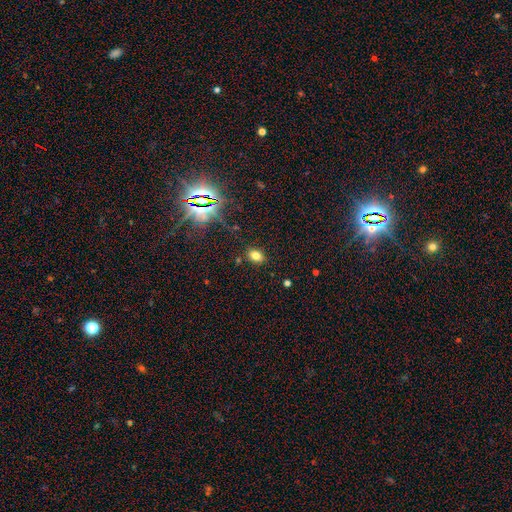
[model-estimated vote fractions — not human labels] smooth_or_featured: smooth (p=0.74) [alt: star or artifact p=0.18]
how_rounded: in between (p=0.75) [alt: round p=0.24]
merging: none (p=0.84) [alt: minor disturbance p=0.10]